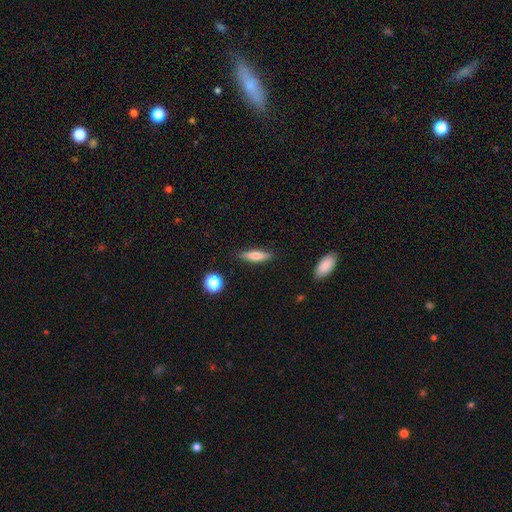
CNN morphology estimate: A smooth galaxy with no disk features (64%) that is cigar-shaped (67%).

Vote fractions:
- Smooth or featured? smooth: 64% / featured or disk: 28% / star or artifact: 8%
- How rounded? cigar-shaped: 67% / in between: 30% / round: 3%
- Merging? none: 86% / minor disturbance: 10% / major disturbance: 2% / merger: 2%